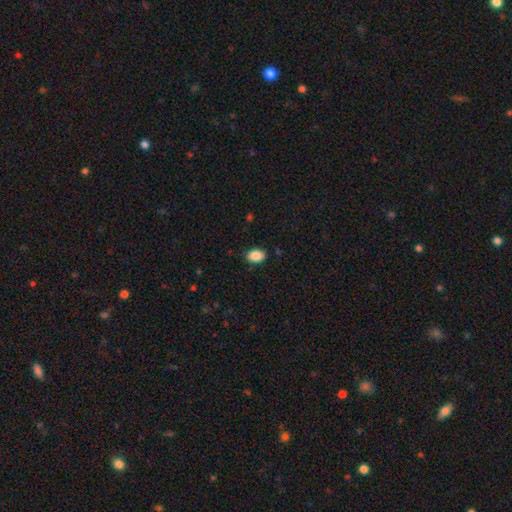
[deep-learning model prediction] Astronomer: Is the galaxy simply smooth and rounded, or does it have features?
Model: smooth — 87%.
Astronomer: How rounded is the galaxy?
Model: in between — 82%.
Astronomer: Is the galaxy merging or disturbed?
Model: none — 86%.